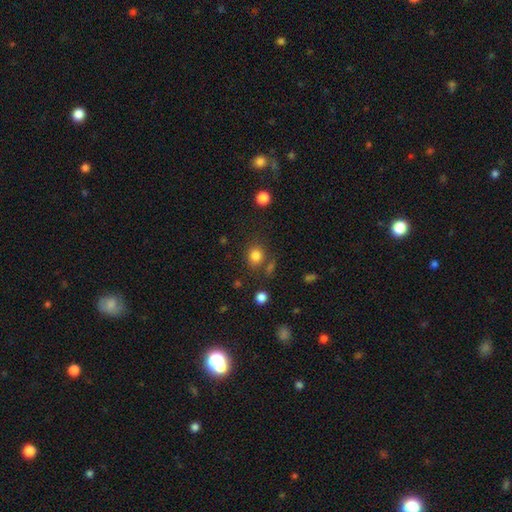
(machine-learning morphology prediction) This is clearly a smooth galaxy (82%). How rounded: likely round (71%). Merging: likely none (75%).